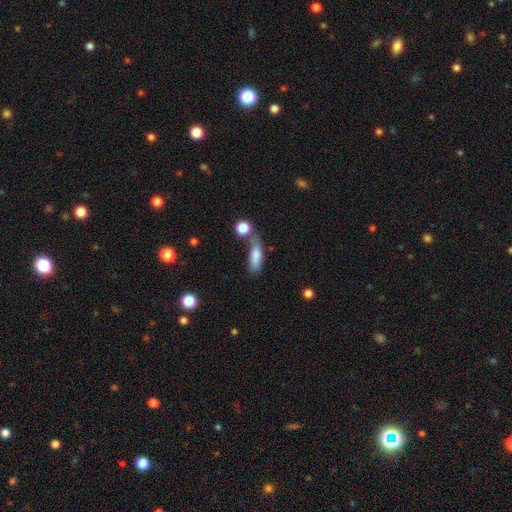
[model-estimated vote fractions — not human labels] smooth-or-featured: smooth: 81% | featured or disk: 11% | star or artifact: 8%
  how-rounded: in between: 63% | cigar-shaped: 33% | round: 4%
  merging: none: 44% | merger: 25% | minor disturbance: 21% | major disturbance: 10%